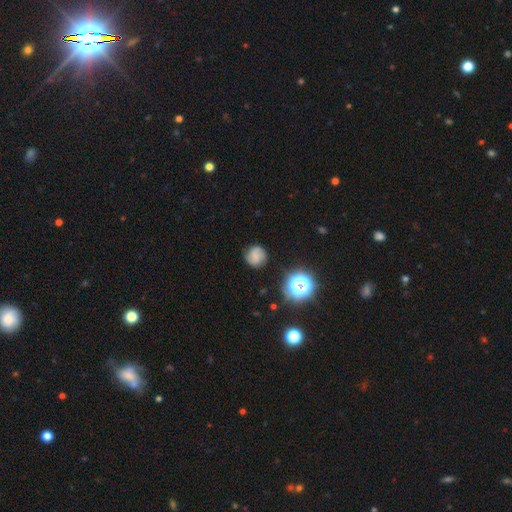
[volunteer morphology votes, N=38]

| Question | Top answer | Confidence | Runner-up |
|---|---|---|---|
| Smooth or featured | smooth | 76% | featured or disk (18%) |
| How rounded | round | 93% | in between (7%) |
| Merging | none | 86% | minor disturbance (11%) |